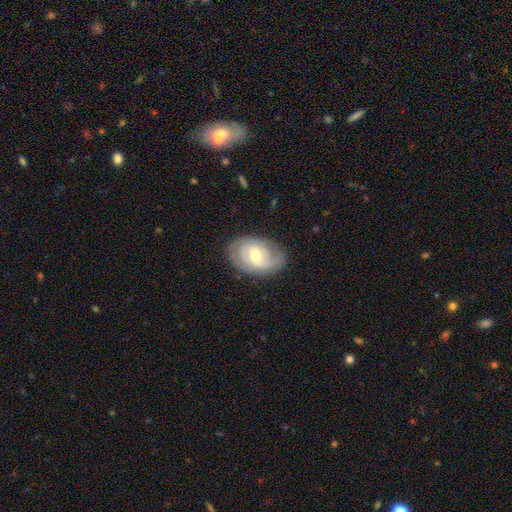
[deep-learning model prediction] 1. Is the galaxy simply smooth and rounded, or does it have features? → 69% featured or disk, 25% smooth, 6% star or artifact.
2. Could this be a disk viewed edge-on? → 95% no, 5% yes.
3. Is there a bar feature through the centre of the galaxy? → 49% weak, 36% no, 15% strong.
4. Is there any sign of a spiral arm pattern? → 79% yes, 21% no.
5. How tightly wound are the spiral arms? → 55% tight, 32% medium, 12% loose.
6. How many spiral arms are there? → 53% 2, 30% can't tell, 8% 3, 5% 1, 2% 4, 2% more than 4.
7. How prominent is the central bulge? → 66% moderate, 28% small, 3% large, 1% none, 1% dominant.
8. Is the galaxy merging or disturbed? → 79% none, 16% minor disturbance, 5% major disturbance, 1% merger.